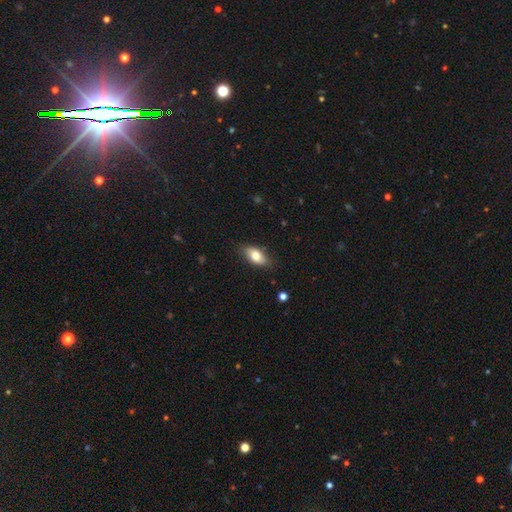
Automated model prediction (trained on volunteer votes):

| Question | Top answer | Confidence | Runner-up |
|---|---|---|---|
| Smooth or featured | smooth | 76% | featured or disk (17%) |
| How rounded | in between | 87% | cigar-shaped (9%) |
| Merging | none | 80% | minor disturbance (16%) |